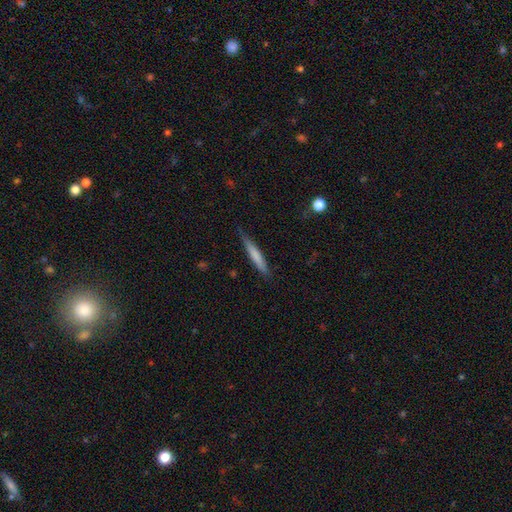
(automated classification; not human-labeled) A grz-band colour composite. It shows a smooth galaxy with no disk features (69%) that is cigar-shaped (94%). Merging: none (78%).